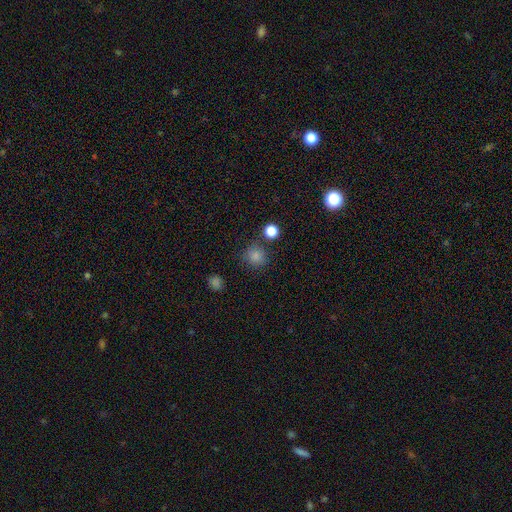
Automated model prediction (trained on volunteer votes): Smooth or featured: smooth — 83% (star or artifact — 13%)
How rounded: round — 90% (in between — 9%)
Merging: none — 80% (minor disturbance — 10%)